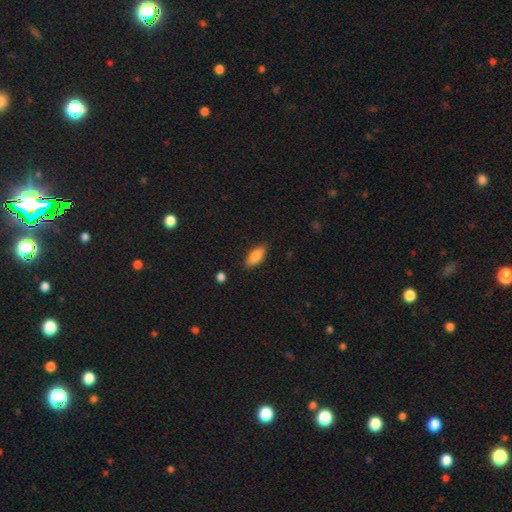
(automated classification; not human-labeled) This appears to be a smooth galaxy with no disk features (80%) that is in between round and cigar-shaped (78%). Merging: none (85%).